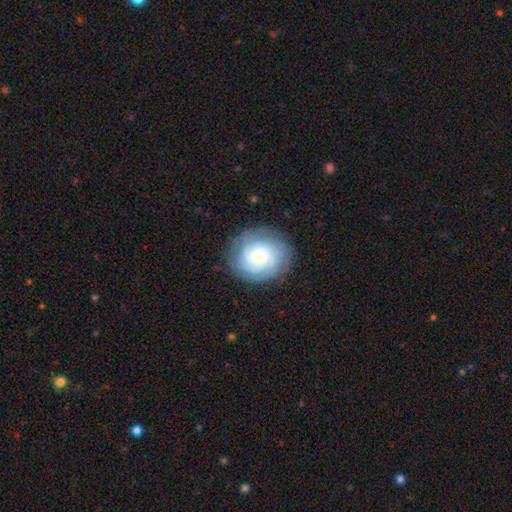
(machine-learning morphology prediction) The model was most divided on "bulge size": small: 59%, moderate: 33%, large: 5%, none: 1%, dominant: 1%. Remaining: edge-on disk — no (97%); spiral arms — yes (91%); merging — none (83%); bar — no (79%); spiral winding — tight (74%); smooth or featured — featured or disk (64%); spiral arm count — can't tell (43%).